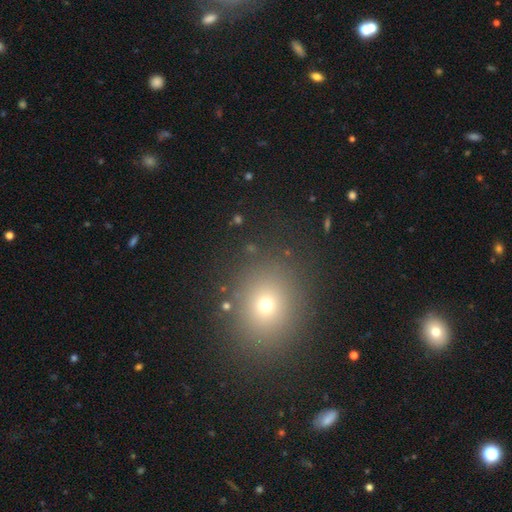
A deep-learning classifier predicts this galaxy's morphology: The model was most divided on "how rounded": round: 67%, in between: 32%, cigar-shaped: 1%. More confident: merging — none (88%); smooth or featured — smooth (64%).